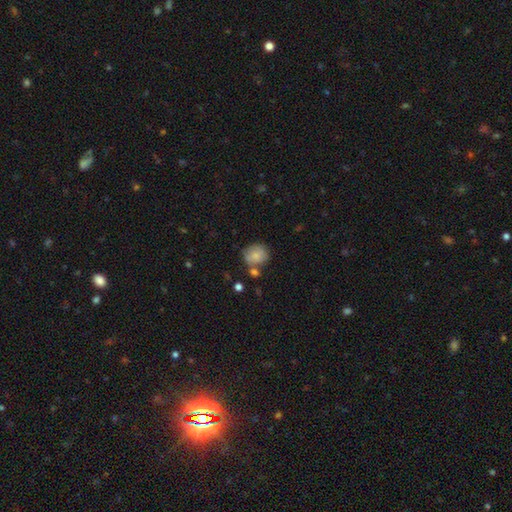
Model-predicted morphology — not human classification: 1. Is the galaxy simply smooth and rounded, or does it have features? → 79% smooth, 13% featured or disk, 8% star or artifact.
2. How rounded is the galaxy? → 73% round, 26% in between, 1% cigar-shaped.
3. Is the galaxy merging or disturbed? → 59% none, 19% minor disturbance, 16% merger, 6% major disturbance.